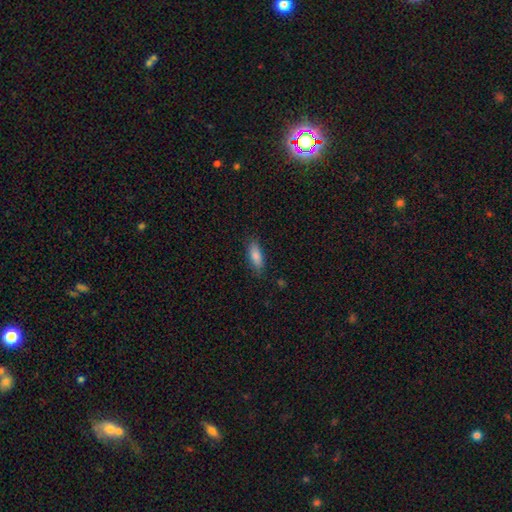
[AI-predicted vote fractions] Smooth or featured: smooth — 84% (featured or disk — 9%)
How rounded: in between — 70% (cigar-shaped — 28%)
Merging: none — 83% (minor disturbance — 13%)